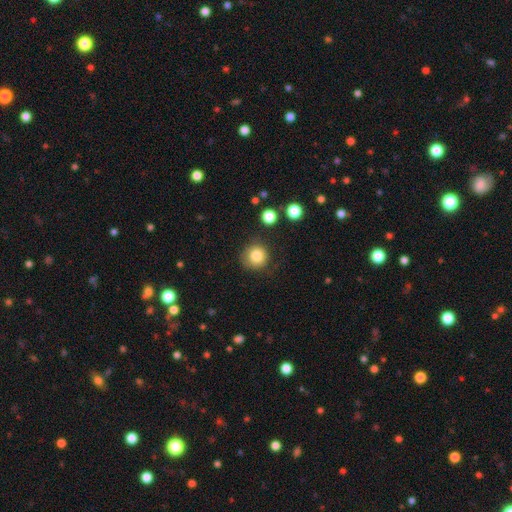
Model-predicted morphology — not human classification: Overall: smooth (83%). How rounded: round (92%). Merging: none (79%).